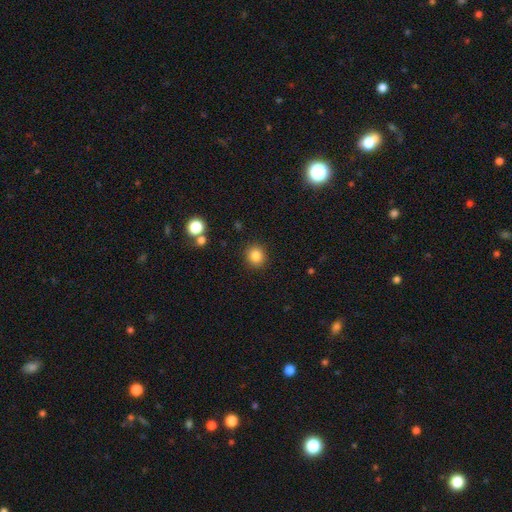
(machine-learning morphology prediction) Smooth or featured: smooth — 84% (star or artifact — 11%)
How rounded: round — 83% (in between — 16%)
Merging: none — 90% (minor disturbance — 6%)